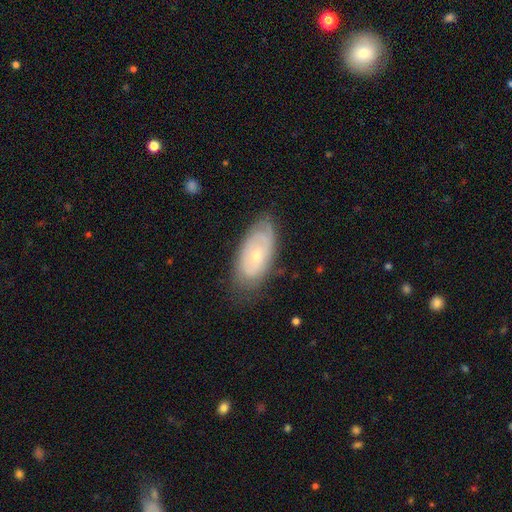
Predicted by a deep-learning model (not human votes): Overall: featured or disk (63%; smooth 30%). Edge-on disk: no (90%). Bar: no (79%). Spiral arms: yes (73%). Bulge size: small (64%; moderate 32%). Merging: none (73%).